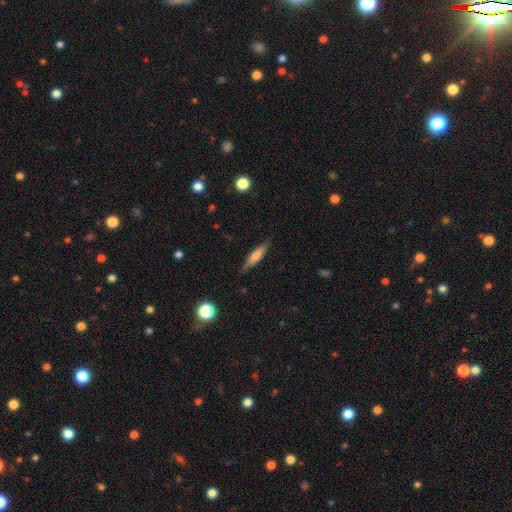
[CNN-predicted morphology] A smooth galaxy with no disk features (56%) that is cigar-shaped (83%).

Vote fractions:
- Smooth or featured? smooth: 56% / featured or disk: 38% / star or artifact: 7%
- How rounded? cigar-shaped: 83% / in between: 15% / round: 2%
- Merging? none: 86% / minor disturbance: 10% / major disturbance: 2% / merger: 1%